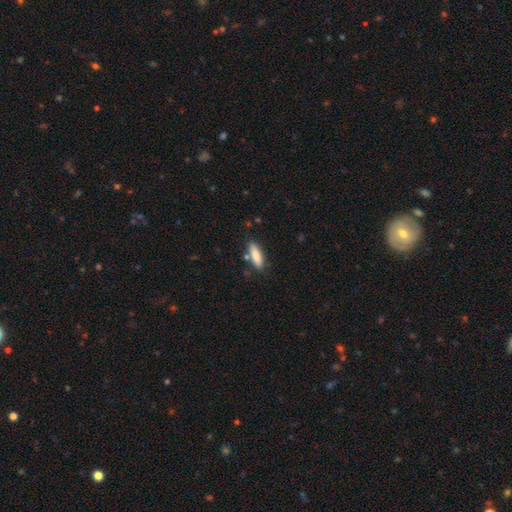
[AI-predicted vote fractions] Smooth or featured?
  - smooth: 84% *
  - featured or disk: 10%
  - star or artifact: 6%
How rounded?
  - cigar-shaped: 56% *
  - in between: 42%
  - round: 2%
Merging?
  - none: 79% *
  - minor disturbance: 13%
  - merger: 6%
  - major disturbance: 3%